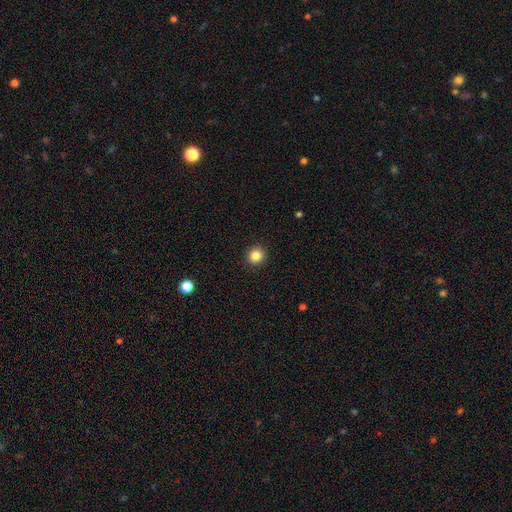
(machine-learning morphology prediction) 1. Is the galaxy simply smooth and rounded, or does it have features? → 85% smooth, 11% star or artifact, 4% featured or disk.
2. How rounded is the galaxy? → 94% round, 5% in between, 1% cigar-shaped.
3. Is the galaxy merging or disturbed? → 93% none, 5% minor disturbance, 2% major disturbance, 1% merger.